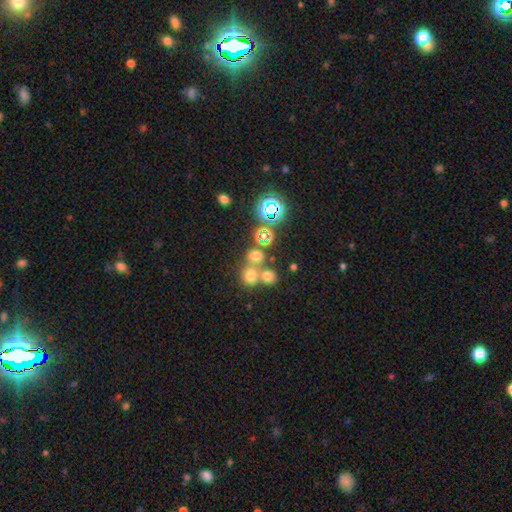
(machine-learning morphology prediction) smooth_or_featured: smooth (p=0.57) [alt: star or artifact p=0.33]
how_rounded: round (p=0.77) [alt: in between p=0.22]
merging: none (p=0.51) [alt: merger p=0.38]